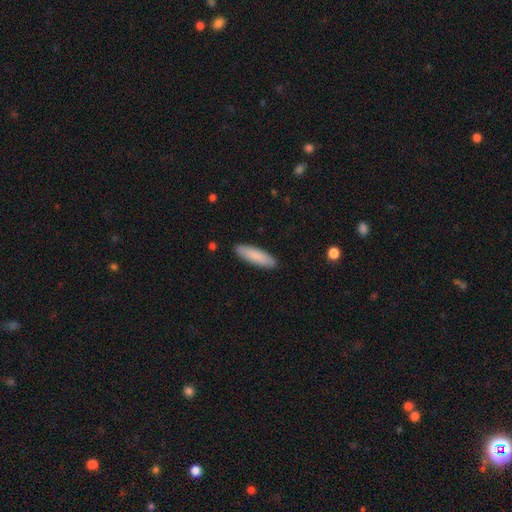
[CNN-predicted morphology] smooth_or_featured: smooth (p=0.86) [alt: featured or disk p=0.08]
how_rounded: cigar-shaped (p=0.61) [alt: in between p=0.38]
merging: none (p=0.90) [alt: minor disturbance p=0.08]